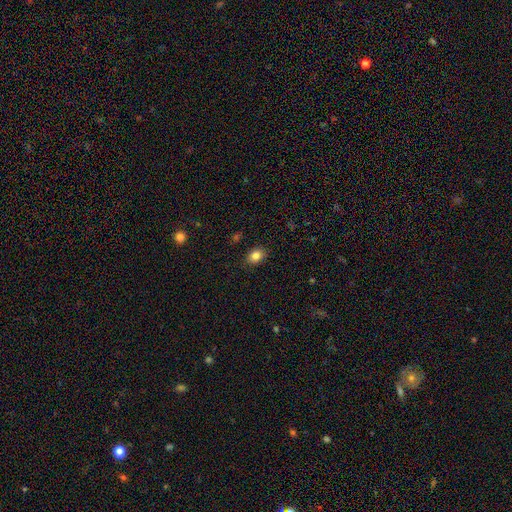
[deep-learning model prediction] This is clearly a smooth galaxy (84%). How rounded: likely in between (66%). Merging: clearly none (86%).